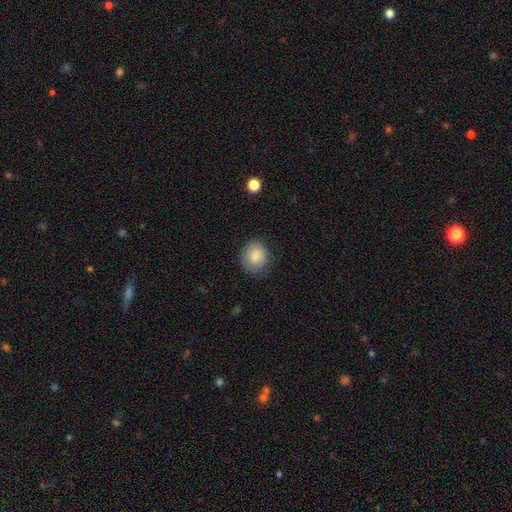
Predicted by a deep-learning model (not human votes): A smooth galaxy with no disk features (82%) that is round (72%).

Vote fractions:
- Smooth or featured? smooth: 82% / featured or disk: 11% / star or artifact: 7%
- How rounded? round: 72% / in between: 27% / cigar-shaped: 1%
- Merging? none: 76% / minor disturbance: 18% / major disturbance: 5% / merger: 1%